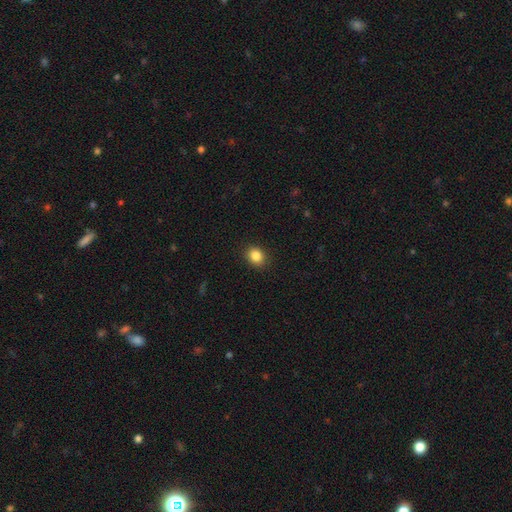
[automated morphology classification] A smooth galaxy with no disk features (85%) that is round (57%). Merging: none (89%).